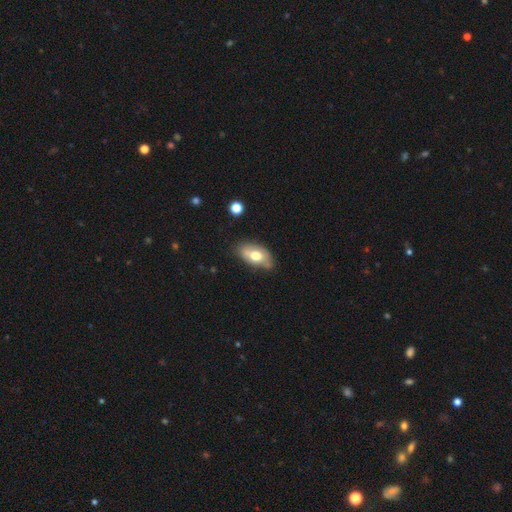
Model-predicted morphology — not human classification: smooth 62%, featured or disk 30%, star or artifact 7%. Down the decision tree: how rounded — in between (91%); merging — none (65%).